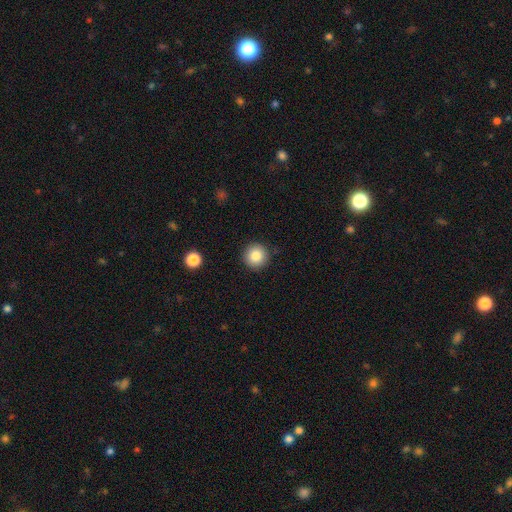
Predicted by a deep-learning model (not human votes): A smooth galaxy with no disk features (85%) that is round (95%).

Vote fractions:
- Smooth or featured? smooth: 85% / star or artifact: 9% / featured or disk: 6%
- How rounded? round: 95% / in between: 4% / cigar-shaped: 1%
- Merging? none: 91% / minor disturbance: 6% / major disturbance: 2% / merger: 1%